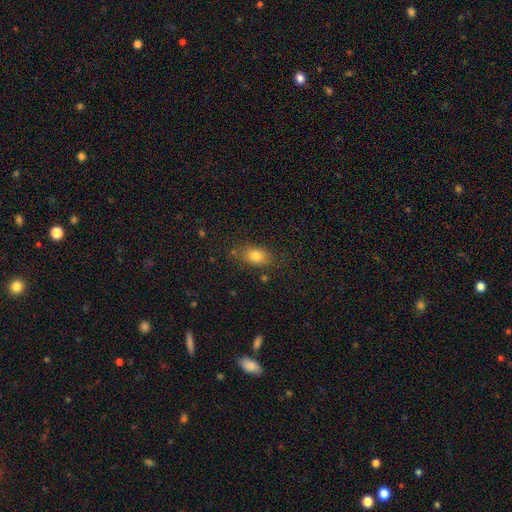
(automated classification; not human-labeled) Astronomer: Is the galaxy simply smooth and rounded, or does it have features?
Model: smooth — 80%.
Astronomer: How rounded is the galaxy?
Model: in between — 79%.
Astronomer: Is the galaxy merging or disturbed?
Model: none — 79%.